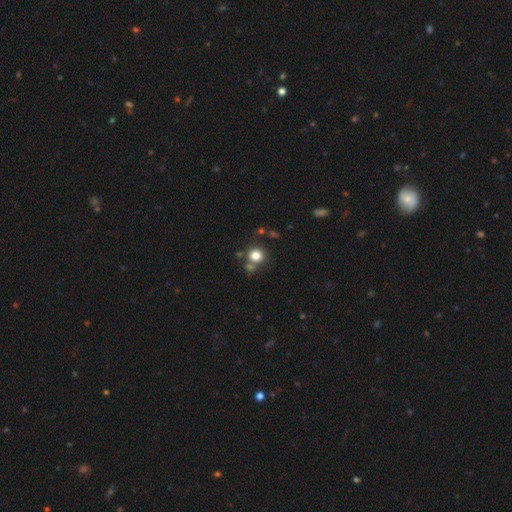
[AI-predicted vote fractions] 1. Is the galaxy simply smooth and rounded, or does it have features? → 79% smooth, 13% star or artifact, 8% featured or disk.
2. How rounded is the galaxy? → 89% round, 11% in between, 1% cigar-shaped.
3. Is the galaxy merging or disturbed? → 69% none, 16% merger, 10% minor disturbance, 5% major disturbance.